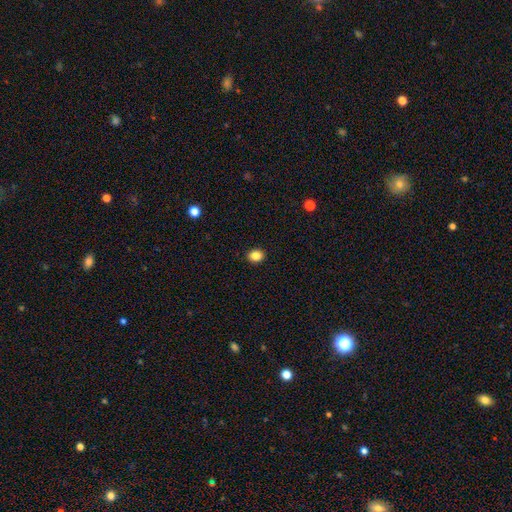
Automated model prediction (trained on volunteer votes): The model was most divided on "how rounded": round: 57%, in between: 42%, cigar-shaped: 1%. More confident: merging — none (92%); smooth or featured — smooth (86%).